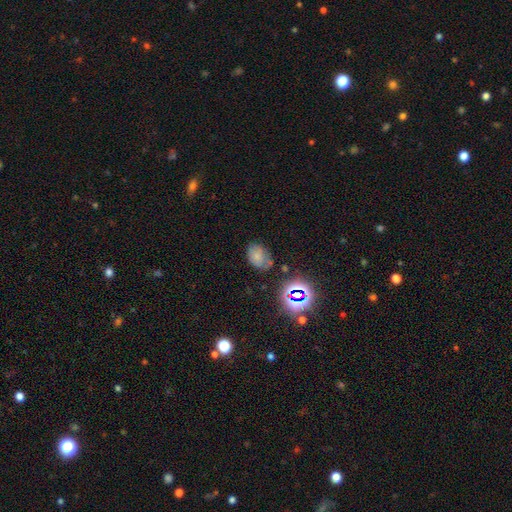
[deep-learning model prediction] Smooth or featured: smooth — 65% (star or artifact — 20%)
How rounded: in between — 79% (round — 20%)
Merging: none — 63% (minor disturbance — 24%)